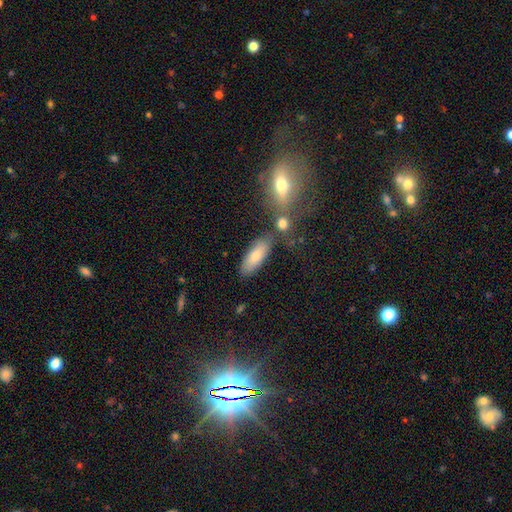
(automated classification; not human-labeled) This is likely a smooth galaxy (76%). How rounded: likely in between (68%). Merging: likely none (73%).